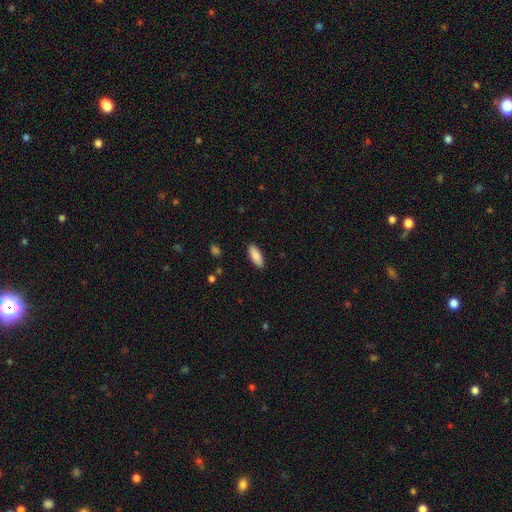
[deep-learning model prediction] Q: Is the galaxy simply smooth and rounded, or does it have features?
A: smooth — 87%.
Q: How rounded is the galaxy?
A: in between — 69%.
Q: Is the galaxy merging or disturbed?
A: none — 89%.